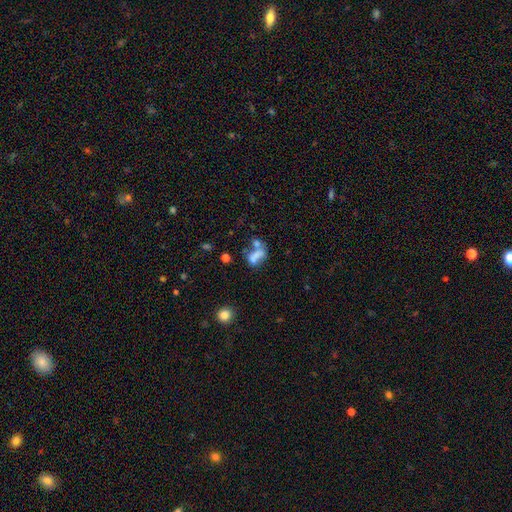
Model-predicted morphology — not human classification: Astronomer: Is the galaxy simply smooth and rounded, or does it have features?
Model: smooth — 59%.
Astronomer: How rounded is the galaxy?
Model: in between — 77%.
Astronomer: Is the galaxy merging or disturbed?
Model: merger — 48% (runner-up: none, 24%).